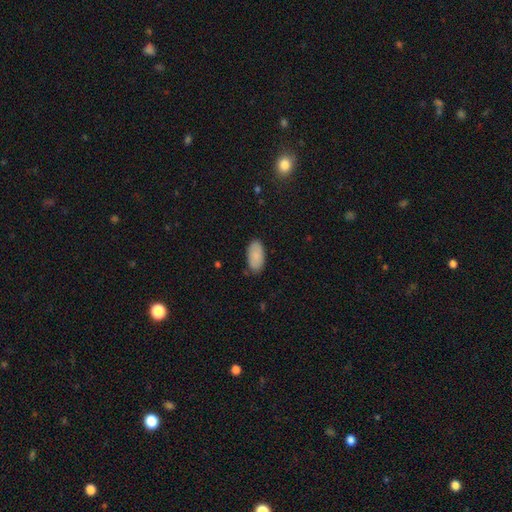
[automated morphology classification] The model was most divided on "merging": none: 83%, minor disturbance: 13%, major disturbance: 3%, merger: 1%. More confident: how rounded — in between (94%); smooth or featured — smooth (87%).